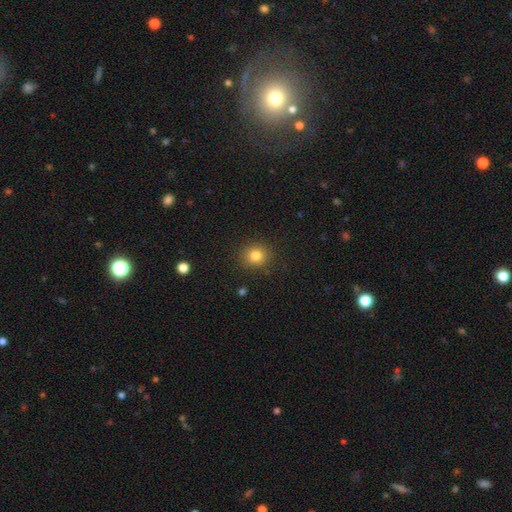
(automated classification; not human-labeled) The model was most divided on "smooth or featured": smooth: 82%, star or artifact: 12%, featured or disk: 6%. More confident: merging — none (89%); how rounded — round (86%).